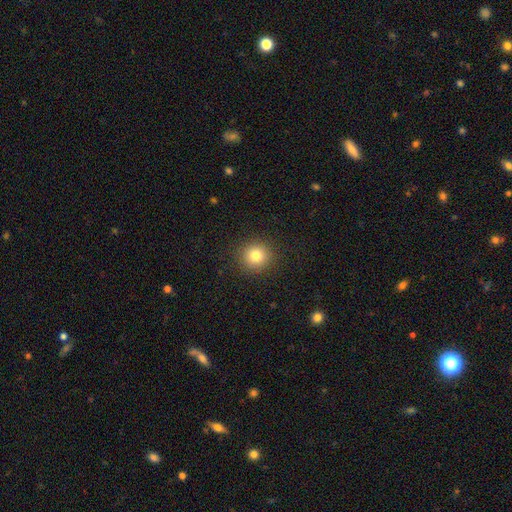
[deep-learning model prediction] Q: Smooth or featured?
A: smooth (80%); runner-up: star or artifact (12%)
Q: How rounded?
A: round (92%); runner-up: in between (7%)
Q: Merging?
A: none (91%); runner-up: minor disturbance (6%)